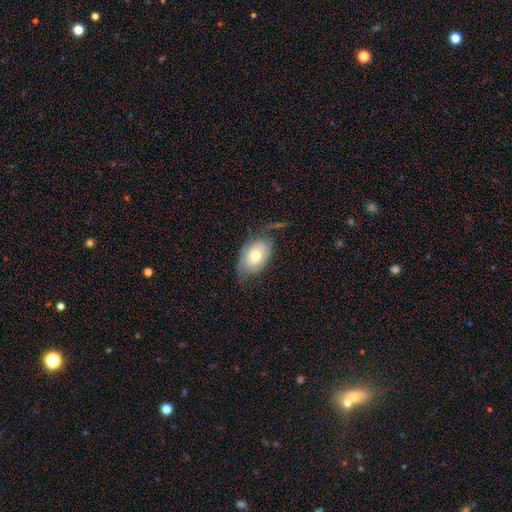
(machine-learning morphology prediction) Smooth or featured? smooth (60%)
How rounded? in between (87%)
Merging? none (50%)